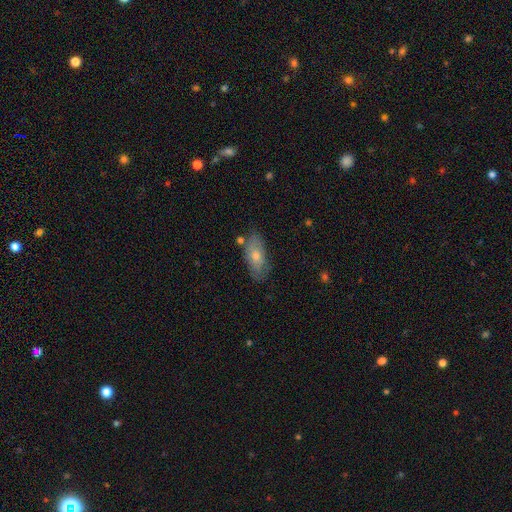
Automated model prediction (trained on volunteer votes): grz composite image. It shows a smooth galaxy with no disk features (62%) that is in between round and cigar-shaped (81%). Merging: none (77%).